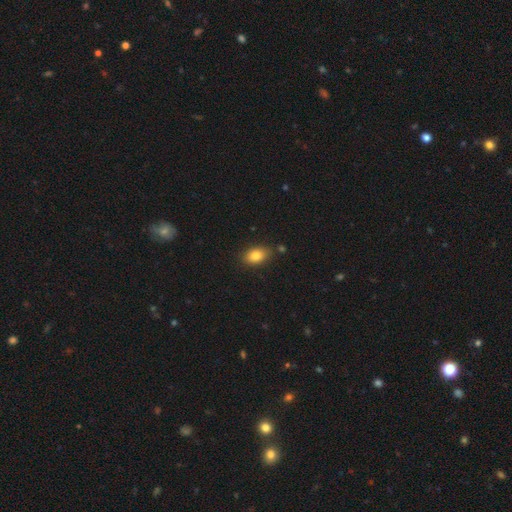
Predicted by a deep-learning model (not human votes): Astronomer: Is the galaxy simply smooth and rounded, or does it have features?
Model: smooth — 82%.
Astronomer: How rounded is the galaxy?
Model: in between — 84%.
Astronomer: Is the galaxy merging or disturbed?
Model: none — 82%.